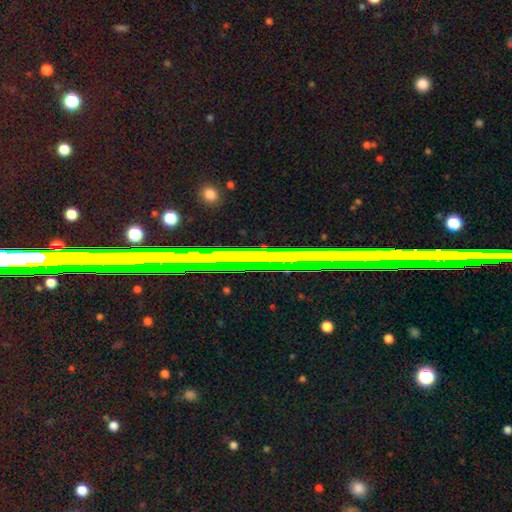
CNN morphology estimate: This appears to be a star or artifact, not a galaxy (78%).